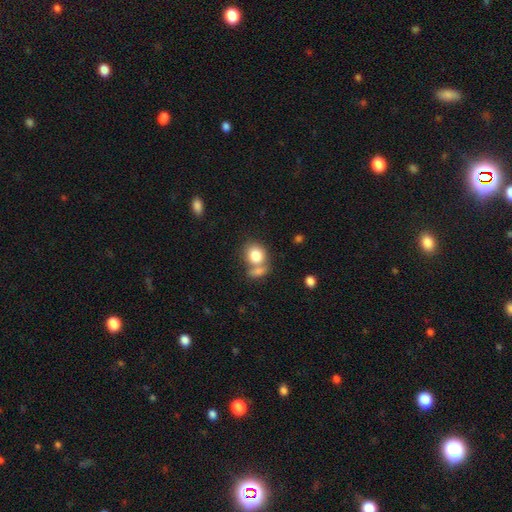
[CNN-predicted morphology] A smooth galaxy with no disk features (81%) that is round (67%). Merging: merger (44%).